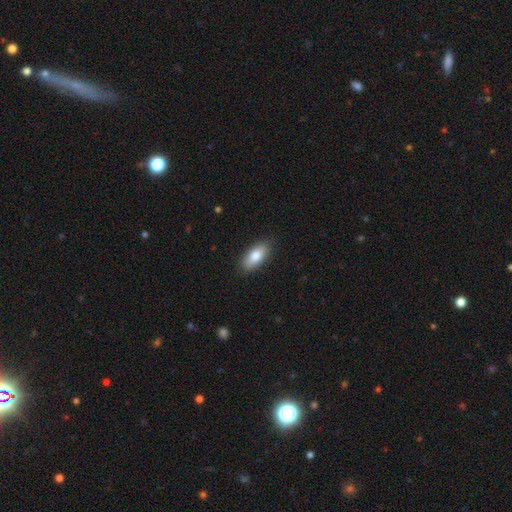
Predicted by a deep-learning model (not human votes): This appears to be a smooth galaxy with no disk features (81%) that is in between round and cigar-shaped (87%). Merging: none (87%).